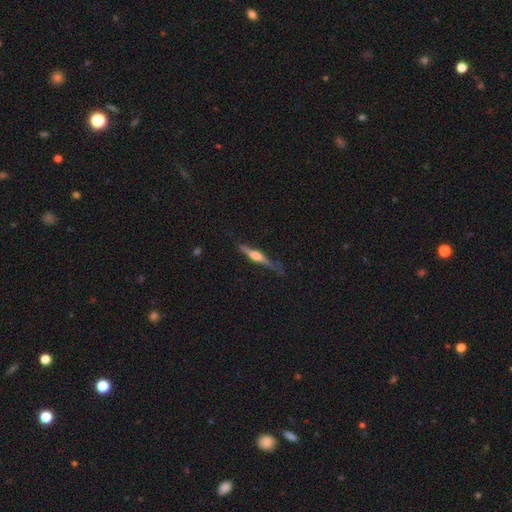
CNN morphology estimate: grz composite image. It shows a featured or disk galaxy (71%) viewed edge-on (97%) with a rounded central bulge (91%). Merging: none (73%).